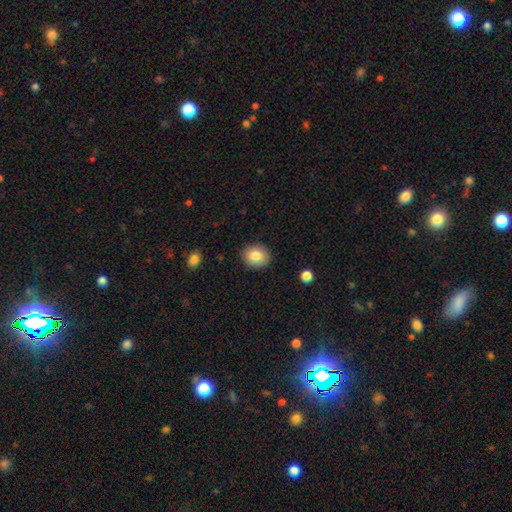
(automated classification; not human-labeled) A smooth galaxy with no disk features (83%) that is round (64%). Merging: none (89%).